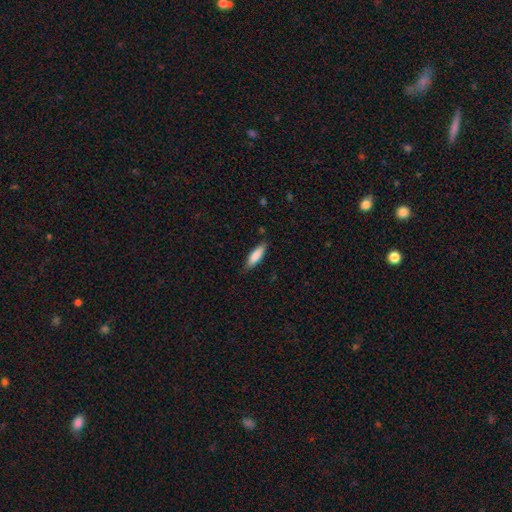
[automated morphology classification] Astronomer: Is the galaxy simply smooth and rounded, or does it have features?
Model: smooth — 85%.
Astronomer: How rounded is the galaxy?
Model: cigar-shaped — 53% (runner-up: in between, 45%).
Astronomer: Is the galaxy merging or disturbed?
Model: none — 82%.